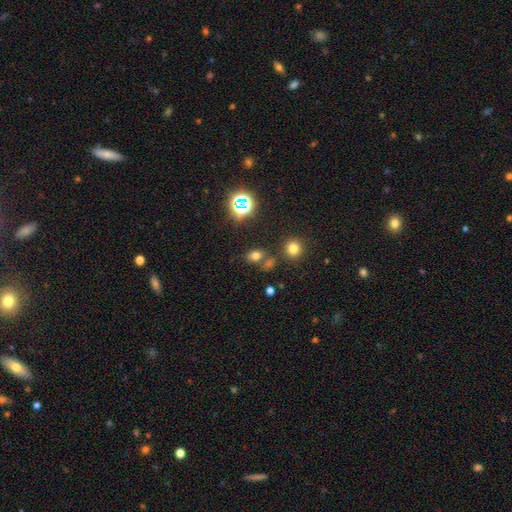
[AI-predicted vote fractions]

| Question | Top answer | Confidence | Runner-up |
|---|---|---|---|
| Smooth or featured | smooth | 63% | star or artifact (28%) |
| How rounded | in between | 69% | round (29%) |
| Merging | none | 65% | merger (18%) |